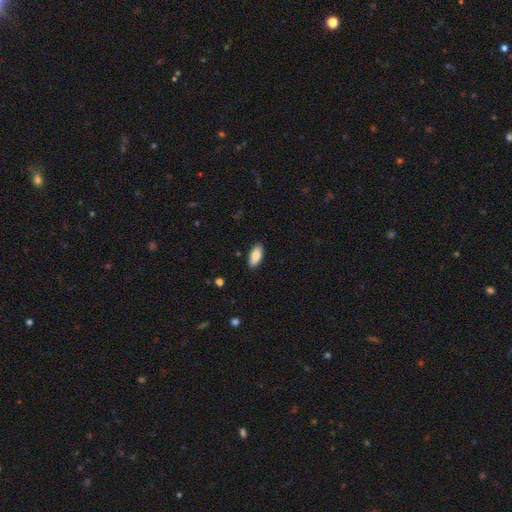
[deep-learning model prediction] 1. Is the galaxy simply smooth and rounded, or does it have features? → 83% smooth, 11% featured or disk, 6% star or artifact.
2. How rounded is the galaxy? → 88% in between, 10% cigar-shaped, 2% round.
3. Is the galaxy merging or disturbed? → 87% none, 10% minor disturbance, 2% major disturbance, 1% merger.